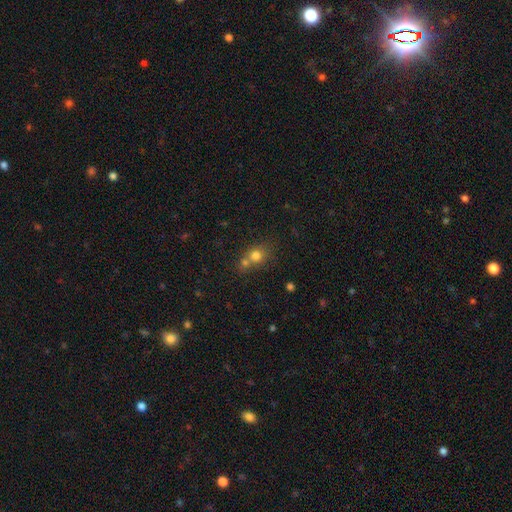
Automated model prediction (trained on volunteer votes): Smooth or featured? Predicted: smooth (p=0.75). How rounded? Predicted: round (p=0.75). Merging? Predicted: merger (p=0.45).